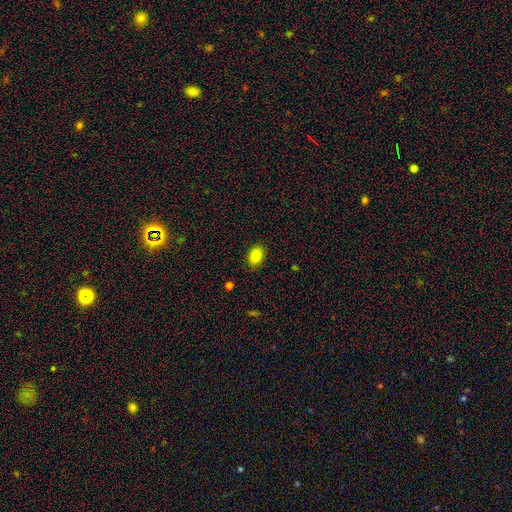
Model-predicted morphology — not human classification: type=smooth (88%); roundness=in between (82%); merging=none (85%).